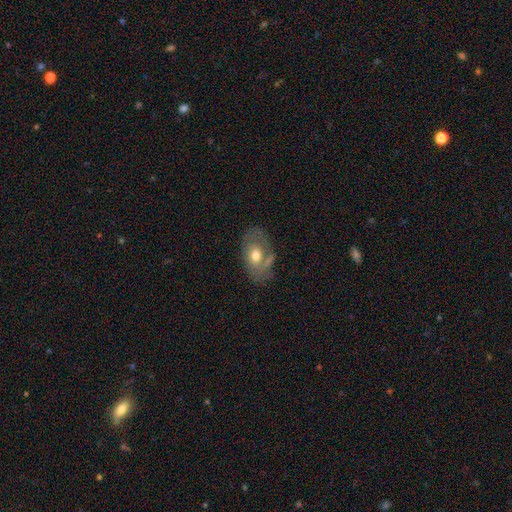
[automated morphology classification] A smooth galaxy with no disk features (55%) that is in between round and cigar-shaped (86%).

Vote fractions:
- Smooth or featured? smooth: 55% / featured or disk: 38% / star or artifact: 7%
- How rounded? in between: 86% / round: 12% / cigar-shaped: 2%
- Merging? none: 55% / minor disturbance: 24% / major disturbance: 11% / merger: 9%